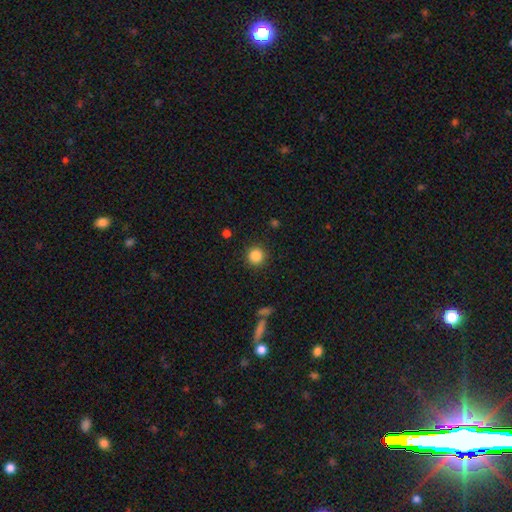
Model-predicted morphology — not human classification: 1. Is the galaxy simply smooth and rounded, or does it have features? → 85% smooth, 11% star or artifact, 4% featured or disk.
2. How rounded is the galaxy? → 94% round, 5% in between, 1% cigar-shaped.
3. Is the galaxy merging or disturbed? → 91% none, 6% minor disturbance, 2% major disturbance, 1% merger.